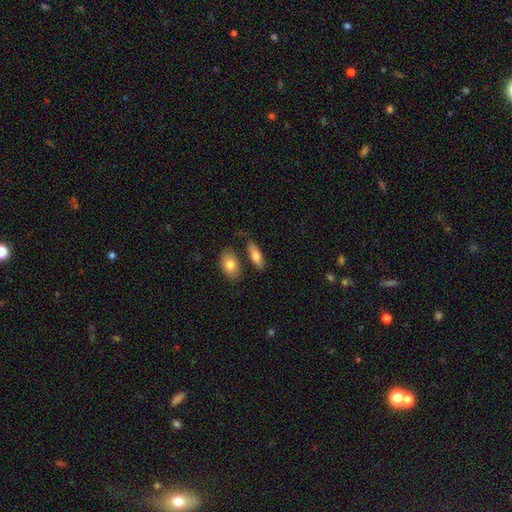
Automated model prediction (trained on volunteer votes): This is likely a smooth galaxy (80%). How rounded: likely in between (75%). Merging: likely none (64%).